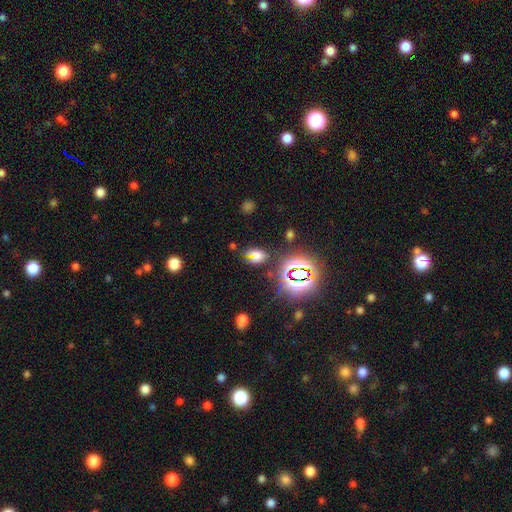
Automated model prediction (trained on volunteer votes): This appears to be a smooth galaxy with no disk features (49%). Merging: none (59%).